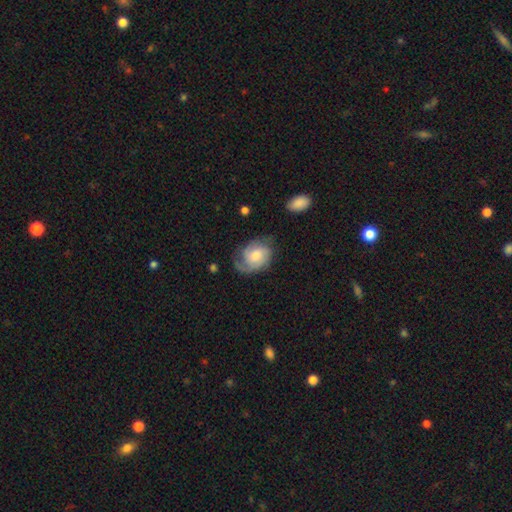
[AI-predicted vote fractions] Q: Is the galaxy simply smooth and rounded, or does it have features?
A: featured or disk — 66%.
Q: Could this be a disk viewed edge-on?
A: no — 97%.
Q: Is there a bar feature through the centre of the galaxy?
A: no — 69%.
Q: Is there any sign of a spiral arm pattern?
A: yes — 91%.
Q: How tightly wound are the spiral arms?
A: tight — 43%.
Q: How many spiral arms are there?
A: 2 — 42%.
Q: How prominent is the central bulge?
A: moderate — 54%.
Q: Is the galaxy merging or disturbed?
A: none — 58%.